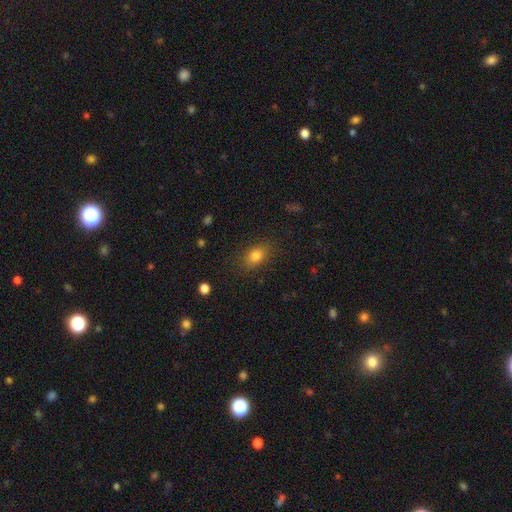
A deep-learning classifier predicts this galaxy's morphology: This is clearly a smooth galaxy (81%). How rounded: likely in between (75%). Merging: clearly none (82%).